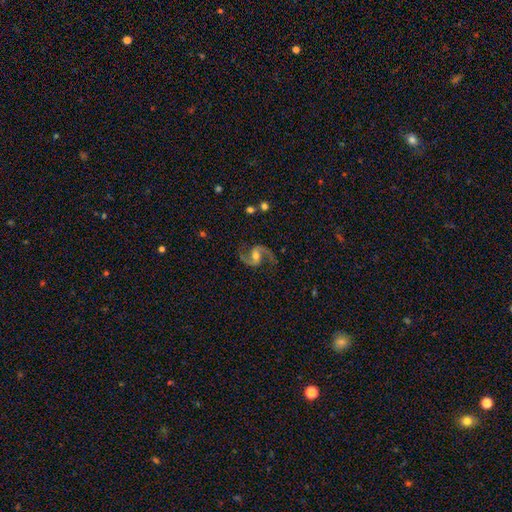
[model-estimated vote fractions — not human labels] This is clearly a featured or disk galaxy (92%). It is clearly not viewed edge-on (98%). Bar: possibly weak (48%). Spiral arm pattern: clearly yes (98%). Spiral arm count: clearly 2 (94%). Spiral winding: possibly medium (51%). Central bulge: likely moderate (61%). Merging: clearly none (81%).